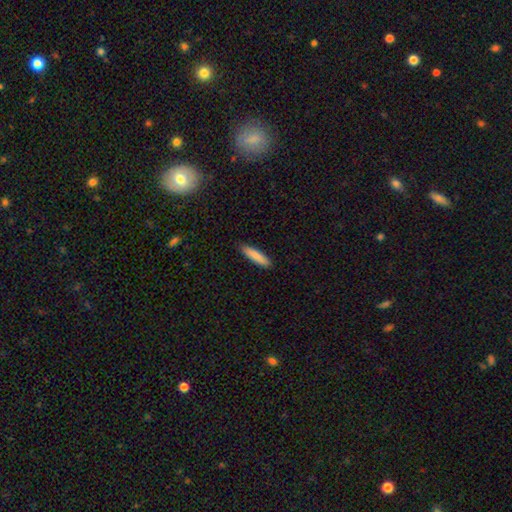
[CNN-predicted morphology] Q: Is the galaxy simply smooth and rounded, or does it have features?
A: smooth — 85%.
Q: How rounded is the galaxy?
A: cigar-shaped — 80%.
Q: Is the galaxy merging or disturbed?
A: none — 90%.